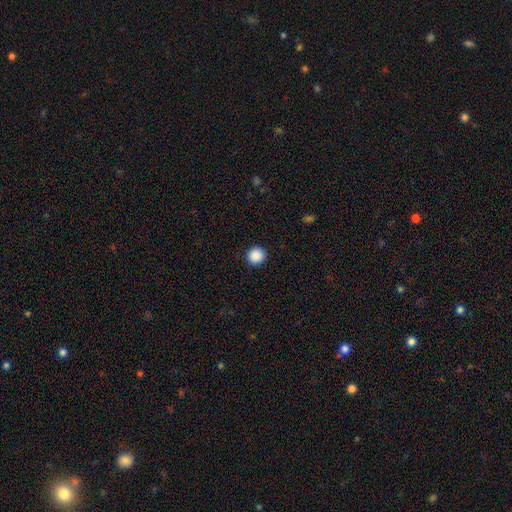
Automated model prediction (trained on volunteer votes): Smooth or featured? smooth (89%)
How rounded? round (94%)
Merging? none (93%)